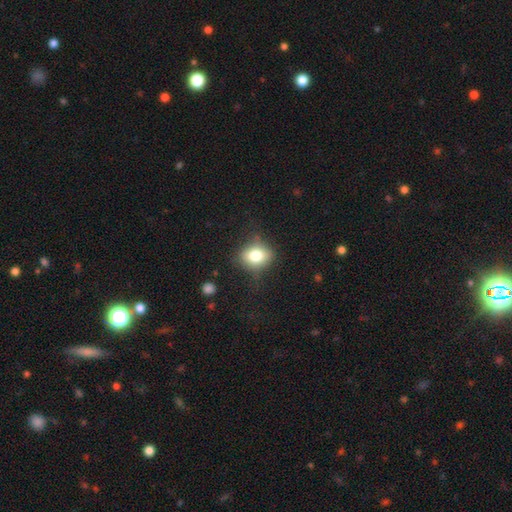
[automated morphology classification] smooth 76%, featured or disk 13%, star or artifact 11%. Down the decision tree: how rounded — round (52%); merging — none (72%).